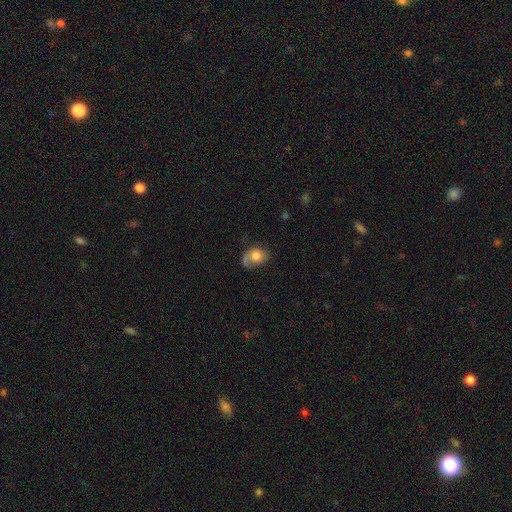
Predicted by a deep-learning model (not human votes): Smooth or featured? Predicted: smooth (p=0.67). How rounded? Predicted: in between (p=0.59). Merging? Predicted: none (p=0.43).